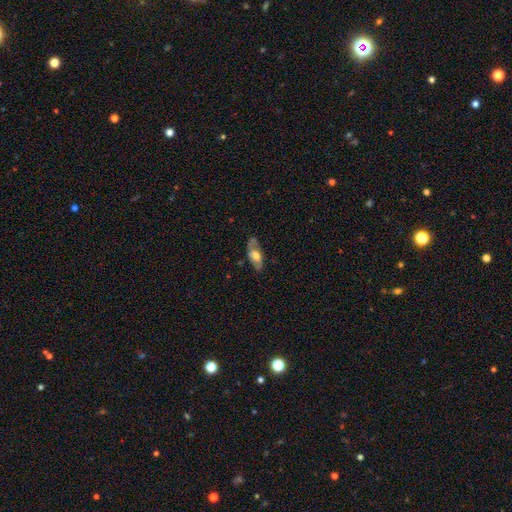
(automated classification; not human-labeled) This appears to be a featured or disk galaxy (49%). Merging: none (66%).